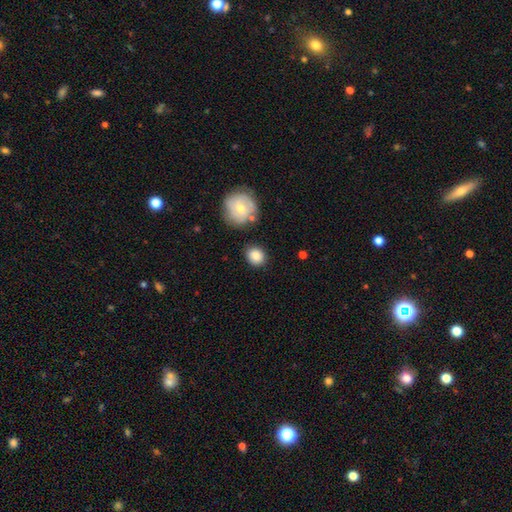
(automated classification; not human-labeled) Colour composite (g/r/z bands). It shows a smooth galaxy with no disk features (85%) that is round (70%). Merging: none (80%).